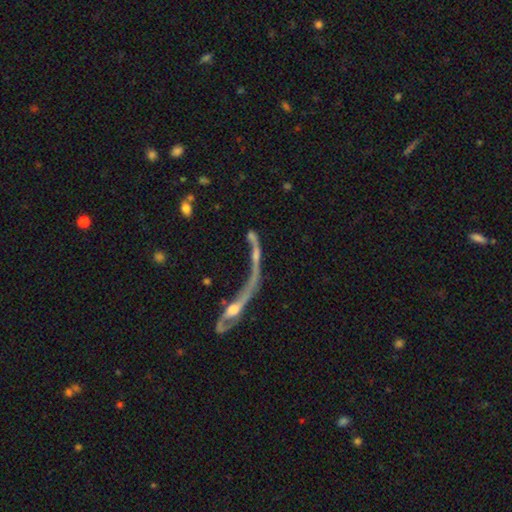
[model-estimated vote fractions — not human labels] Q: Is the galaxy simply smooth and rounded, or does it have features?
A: featured or disk — 58%.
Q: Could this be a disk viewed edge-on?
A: no — 62%.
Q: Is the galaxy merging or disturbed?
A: merger — 39%.